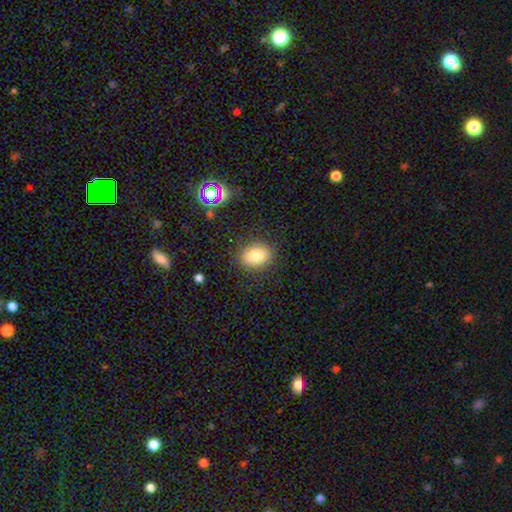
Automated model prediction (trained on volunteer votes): smooth-or-featured: smooth: 78% | star or artifact: 11% | featured or disk: 10%
  how-rounded: in between: 59% | round: 40% | cigar-shaped: 1%
  merging: none: 84% | minor disturbance: 11% | major disturbance: 4% | merger: 1%